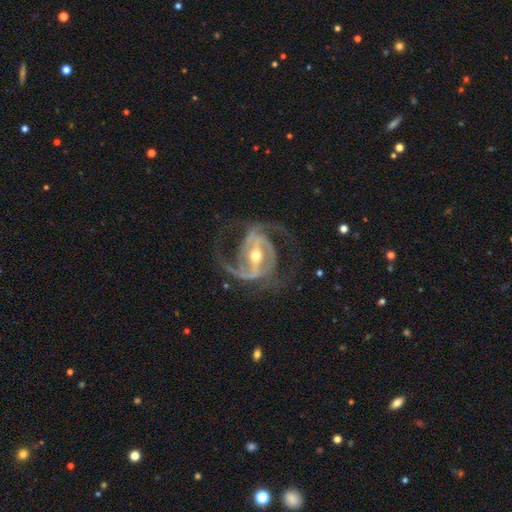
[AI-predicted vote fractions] Smooth or featured? featured or disk (92%)
Edge-on disk? no (97%)
Bar? strong (62%)
Spiral arms? yes (97%)
Spiral winding? medium (54%)
Spiral arm count? 2 (68%)
Bulge size? moderate (61%)
Merging? none (65%)